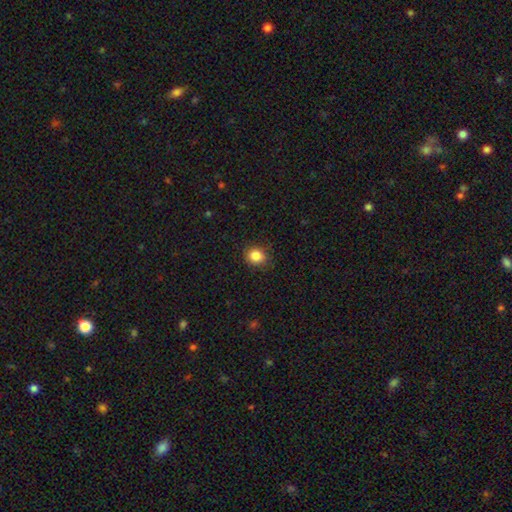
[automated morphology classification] Overall: smooth (85%). How rounded: round (74%). Merging: none (85%).